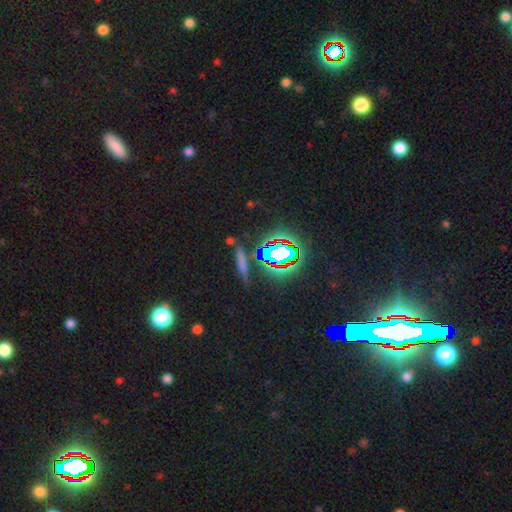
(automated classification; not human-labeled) Smooth or featured?
  - star or artifact: 55% *
  - smooth: 26%
  - featured or disk: 19%